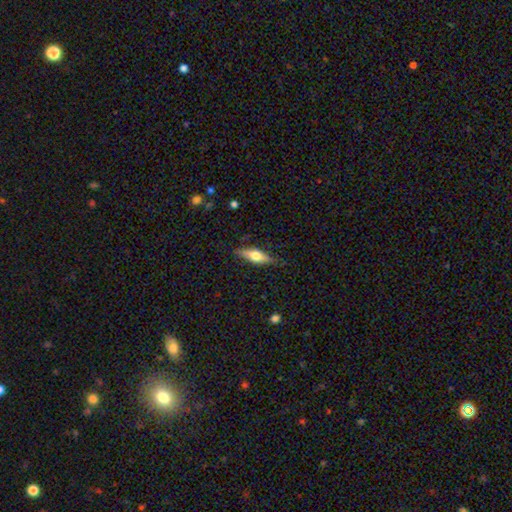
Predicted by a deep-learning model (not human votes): Smooth or featured?
  - featured or disk: 52% *
  - smooth: 41%
  - star or artifact: 6%
Edge-on disk?
  - yes: 93% *
  - no: 7%
Merging?
  - none: 83% *
  - minor disturbance: 13%
  - major disturbance: 3%
  - merger: 1%